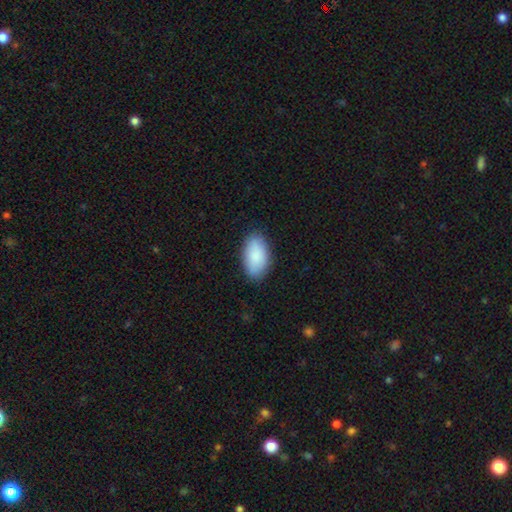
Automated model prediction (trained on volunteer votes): This is clearly a smooth galaxy (87%). How rounded: clearly in between (94%). Merging: clearly none (86%).